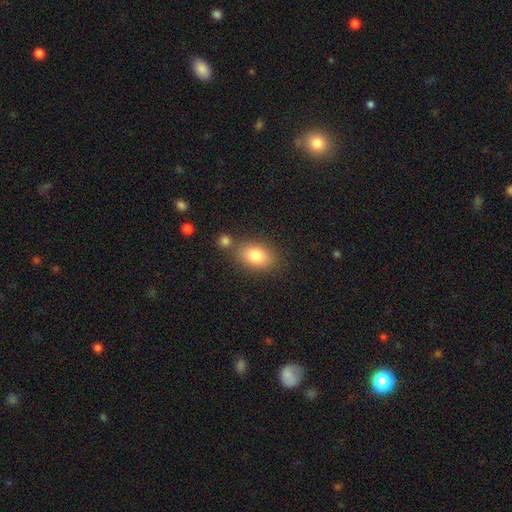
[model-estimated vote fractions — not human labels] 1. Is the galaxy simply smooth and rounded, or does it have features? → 81% smooth, 10% featured or disk, 8% star or artifact.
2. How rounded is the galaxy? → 82% in between, 16% round, 2% cigar-shaped.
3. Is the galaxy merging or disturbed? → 68% none, 16% merger, 13% minor disturbance, 4% major disturbance.